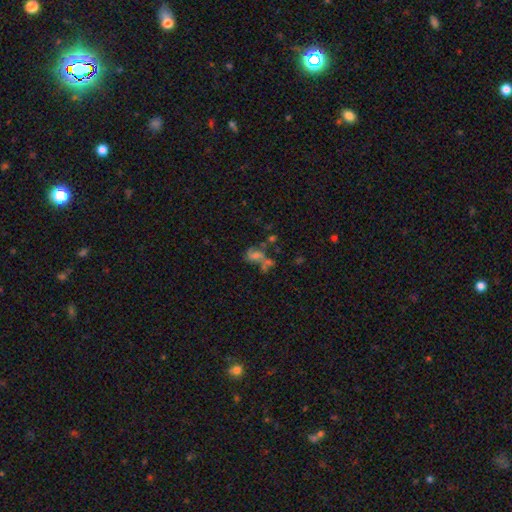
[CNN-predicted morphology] Smooth or featured: smooth — 41% (featured or disk — 35%)
Merging: merger — 39% (none — 25%)